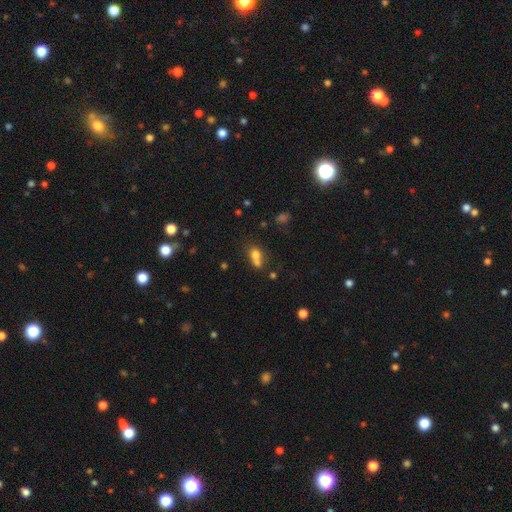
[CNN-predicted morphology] type=smooth (72%); roundness=round (49%); merging=merger (54%).